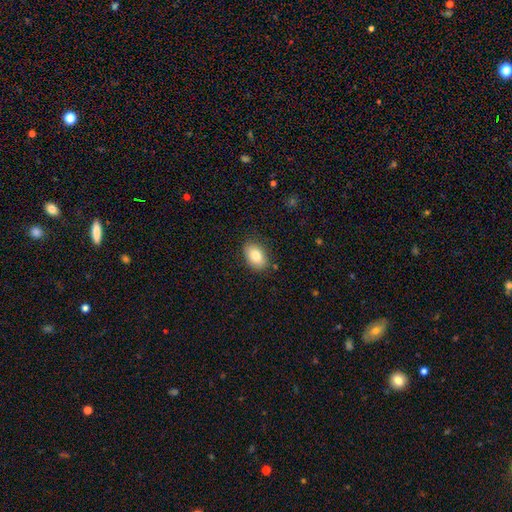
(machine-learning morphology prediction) This appears to be a smooth galaxy with no disk features (83%) that is in between round and cigar-shaped (87%). Merging: none (83%).